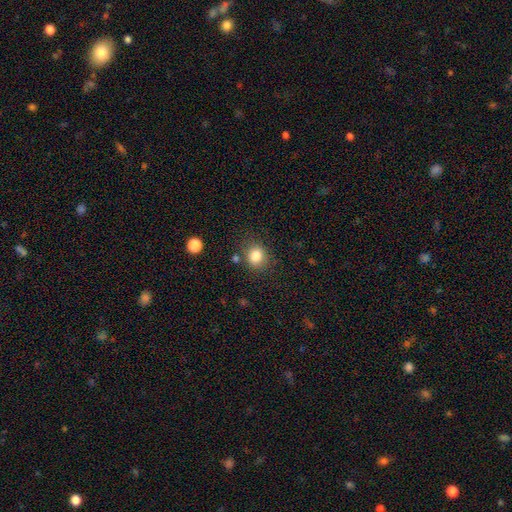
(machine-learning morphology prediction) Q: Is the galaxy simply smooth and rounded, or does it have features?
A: smooth — 83%.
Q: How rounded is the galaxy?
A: round — 72%.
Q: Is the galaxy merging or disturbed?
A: none — 79%.